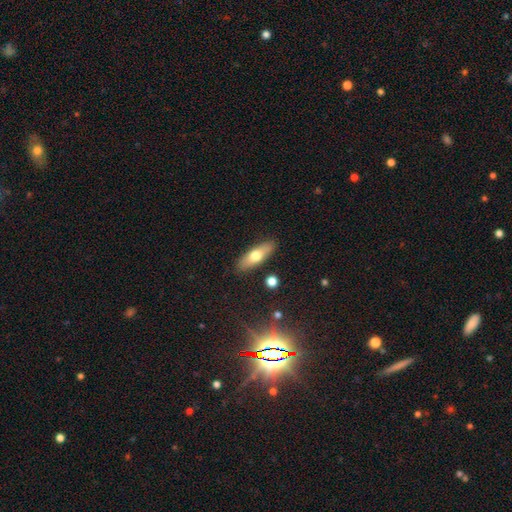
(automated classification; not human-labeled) smooth 65%, featured or disk 28%, star or artifact 6%. Down the decision tree: how rounded — in between (58%); merging — none (87%).